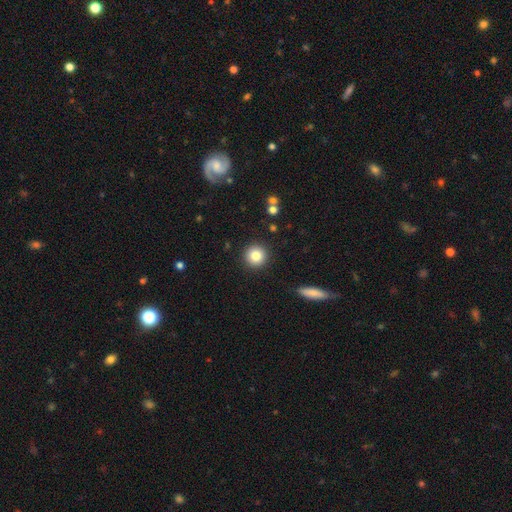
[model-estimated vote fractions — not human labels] Morphology: type=smooth (83%); roundness=round (95%); merging=none (91%).